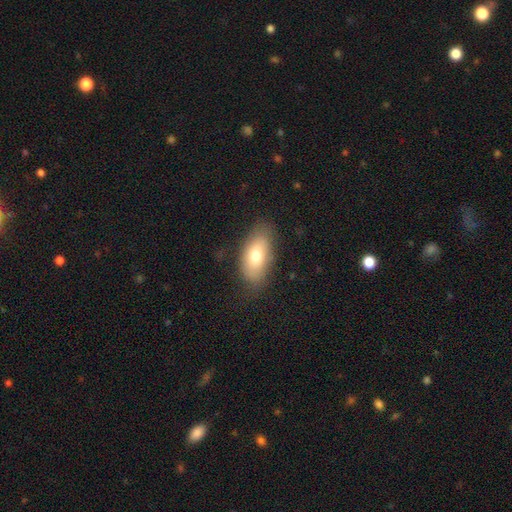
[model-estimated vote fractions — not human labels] Smooth or featured: smooth — 73% (featured or disk — 19%)
How rounded: in between — 90% (cigar-shaped — 5%)
Merging: none — 77% (minor disturbance — 17%)